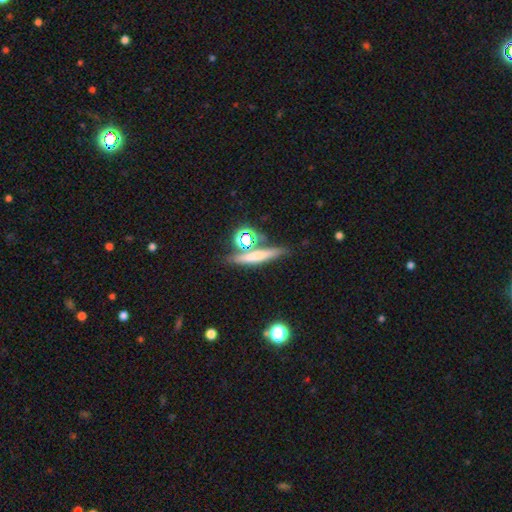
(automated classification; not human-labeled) This appears to be a smooth galaxy with no disk features (56%) that is cigar-shaped (75%). Merging: none (72%).